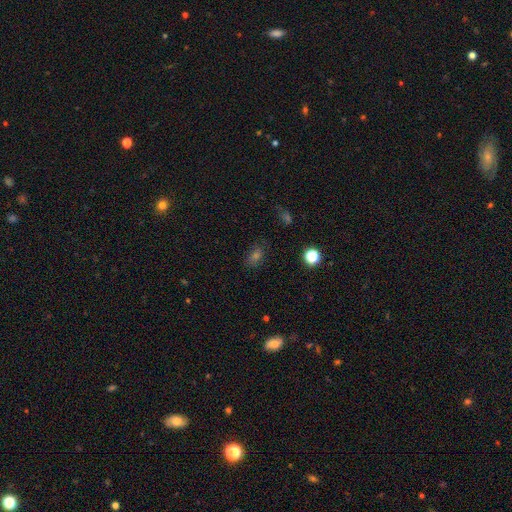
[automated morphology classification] A smooth galaxy with no disk features (52%) that is in between round and cigar-shaped (70%). Merging: none (79%).